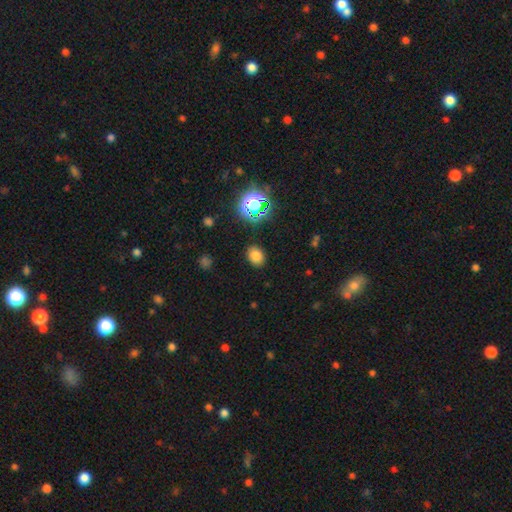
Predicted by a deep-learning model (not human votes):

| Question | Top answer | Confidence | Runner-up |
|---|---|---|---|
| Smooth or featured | smooth | 75% | star or artifact (19%) |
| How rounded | in between | 58% | round (41%) |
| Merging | none | 86% | minor disturbance (10%) |